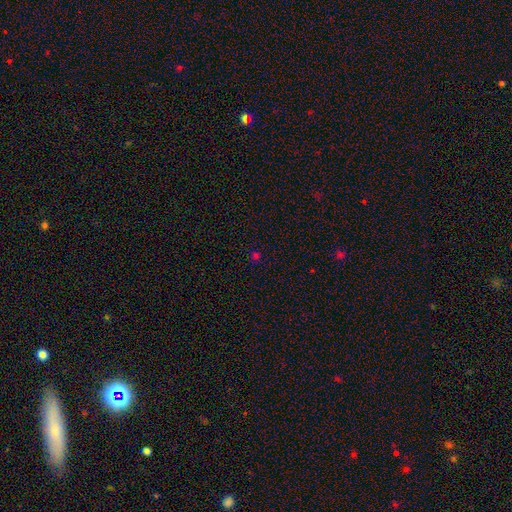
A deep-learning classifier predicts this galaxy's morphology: Q: Smooth or featured?
A: smooth (61%); runner-up: star or artifact (35%)
Q: How rounded?
A: round (91%); runner-up: in between (8%)
Q: Merging?
A: none (87%); runner-up: minor disturbance (7%)